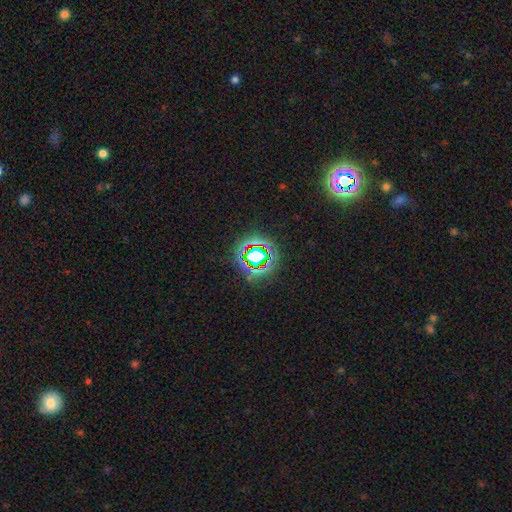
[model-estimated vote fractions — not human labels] This appears to be a star or artifact, not a galaxy (66%).